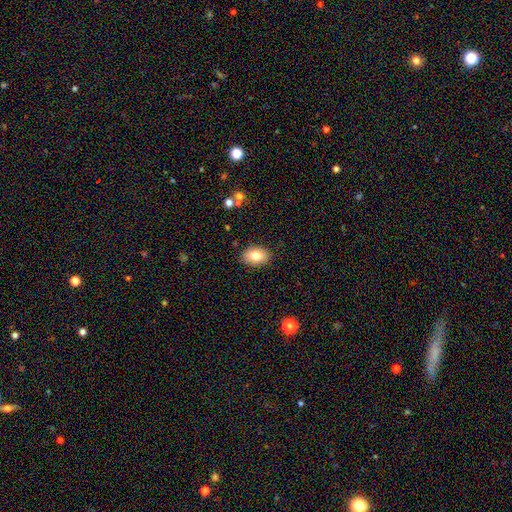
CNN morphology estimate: Smooth or featured? smooth (79%)
How rounded? in between (84%)
Merging? none (87%)